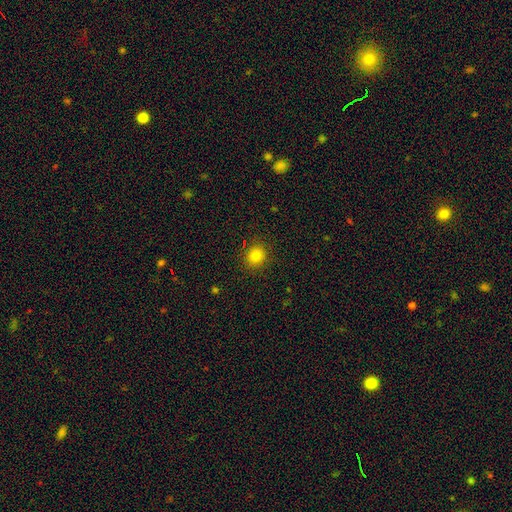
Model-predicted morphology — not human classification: A smooth galaxy with no disk features (83%) that is round (81%).

Vote fractions:
- Smooth or featured? smooth: 83% / star or artifact: 13% / featured or disk: 5%
- How rounded? round: 81% / in between: 18% / cigar-shaped: 1%
- Merging? none: 89% / minor disturbance: 7% / major disturbance: 3% / merger: 1%